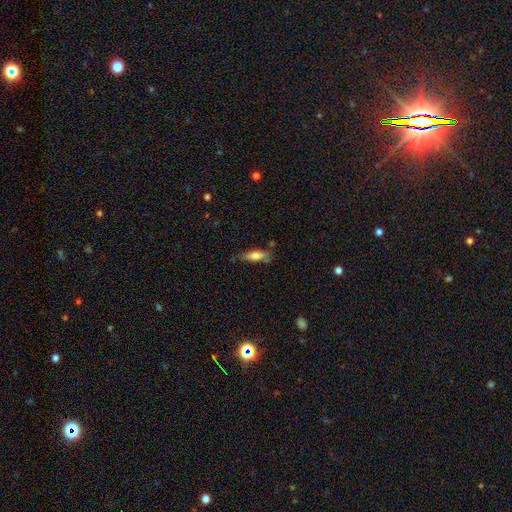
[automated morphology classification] A smooth galaxy with no disk features (71%) that is in between round and cigar-shaped (54%).

Vote fractions:
- Smooth or featured? smooth: 71% / featured or disk: 22% / star or artifact: 7%
- How rounded? in between: 54% / cigar-shaped: 44% / round: 2%
- Merging? none: 66% / minor disturbance: 22% / merger: 6% / major disturbance: 5%